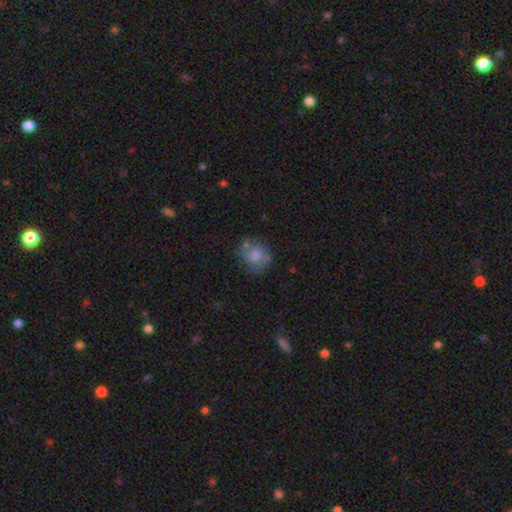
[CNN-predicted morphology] Q: Smooth or featured?
A: smooth (67%); runner-up: featured or disk (24%)
Q: How rounded?
A: round (72%); runner-up: in between (27%)
Q: Merging?
A: none (57%); runner-up: minor disturbance (23%)